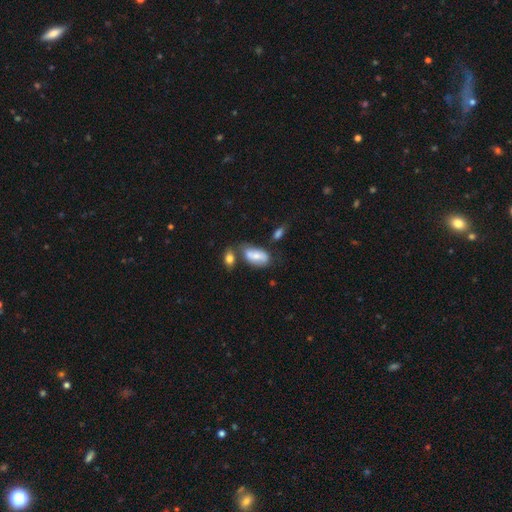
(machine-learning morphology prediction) type=smooth (67%); roundness=in between (91%); merging=none (42%).